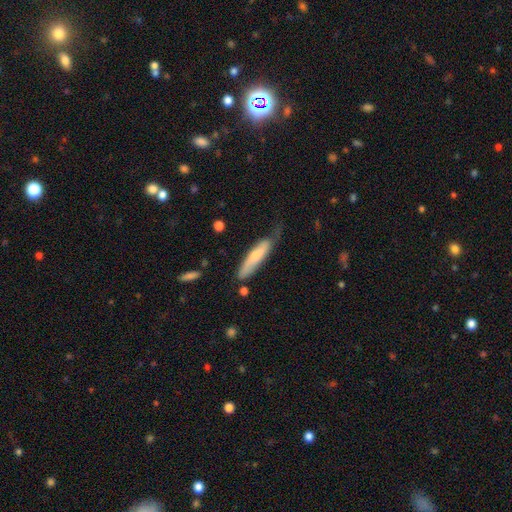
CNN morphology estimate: Smooth or featured?
  - smooth: 64% *
  - featured or disk: 31%
  - star or artifact: 5%
How rounded?
  - cigar-shaped: 78% *
  - in between: 21%
  - round: 1%
Merging?
  - none: 49% *
  - minor disturbance: 36%
  - major disturbance: 12%
  - merger: 4%